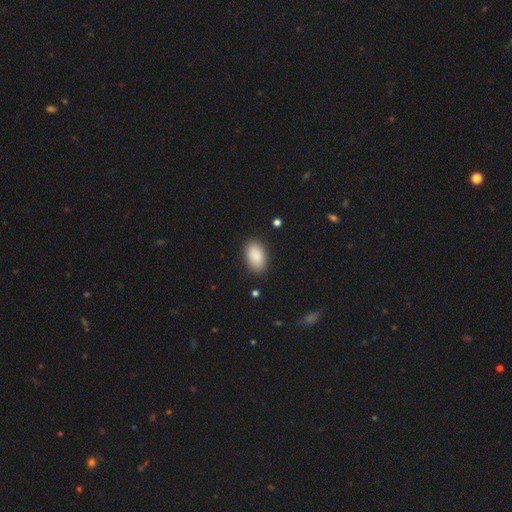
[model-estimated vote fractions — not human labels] smooth-or-featured: smooth: 89% | star or artifact: 6% | featured or disk: 4%
  how-rounded: in between: 93% | round: 6% | cigar-shaped: 1%
  merging: none: 87% | minor disturbance: 9% | major disturbance: 2% | merger: 1%